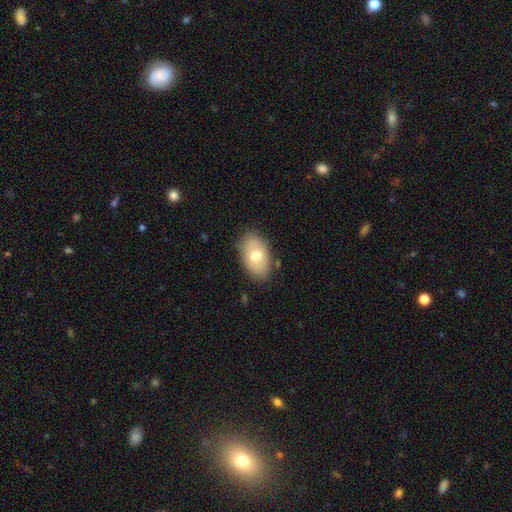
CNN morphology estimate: The model was most divided on "smooth or featured": smooth: 70%, featured or disk: 22%, star or artifact: 7%. More confident: how rounded — in between (91%); merging — none (80%).